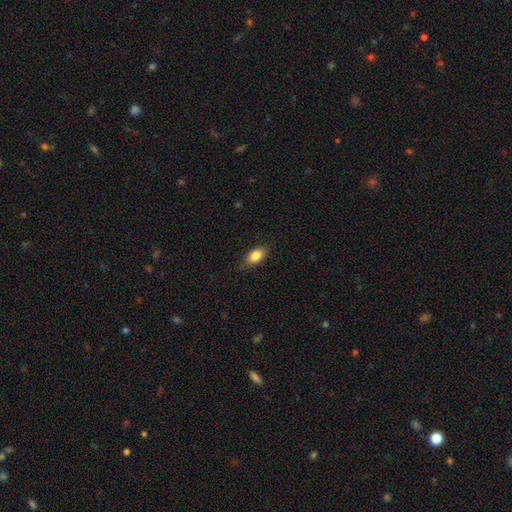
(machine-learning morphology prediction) Smooth or featured?
  - smooth: 85% *
  - featured or disk: 8%
  - star or artifact: 8%
How rounded?
  - in between: 88% *
  - round: 8%
  - cigar-shaped: 4%
Merging?
  - none: 82% *
  - minor disturbance: 15%
  - major disturbance: 3%
  - merger: 1%